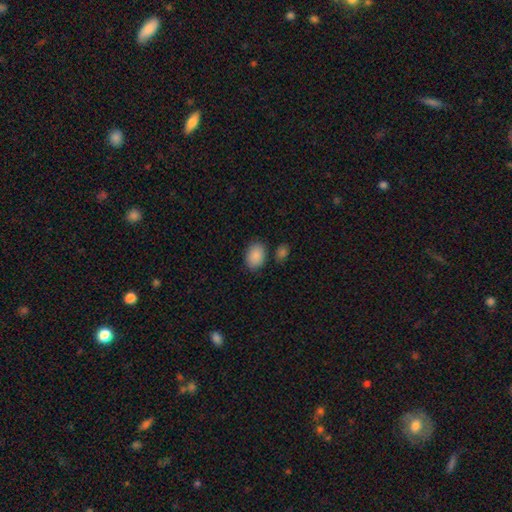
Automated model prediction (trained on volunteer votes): smooth_or_featured: smooth (p=0.89) [alt: star or artifact p=0.07]
how_rounded: in between (p=0.80) [alt: round p=0.19]
merging: none (p=0.78) [alt: minor disturbance p=0.12]